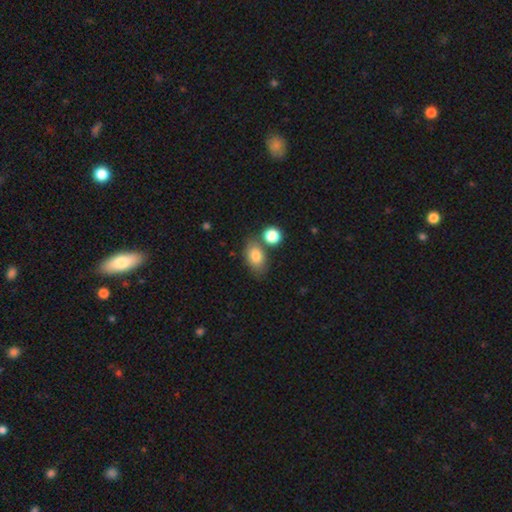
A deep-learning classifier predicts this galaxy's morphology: Smooth or featured?
  - smooth: 81% *
  - featured or disk: 10%
  - star or artifact: 8%
How rounded?
  - in between: 84% *
  - round: 14%
  - cigar-shaped: 2%
Merging?
  - none: 63% *
  - merger: 19%
  - minor disturbance: 14%
  - major disturbance: 4%